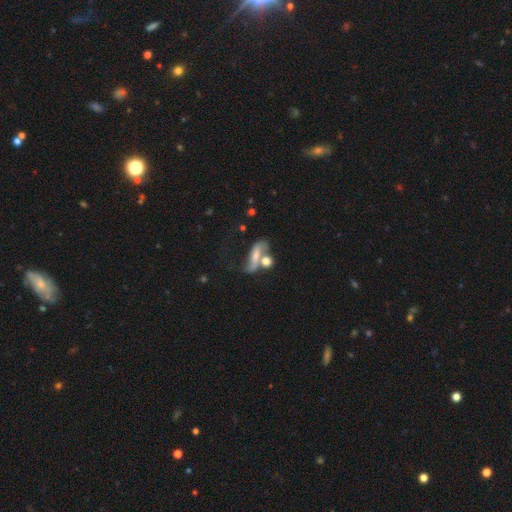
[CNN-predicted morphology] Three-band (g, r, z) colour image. It shows a smooth galaxy with no disk features (45%). Merging: merger (39%).